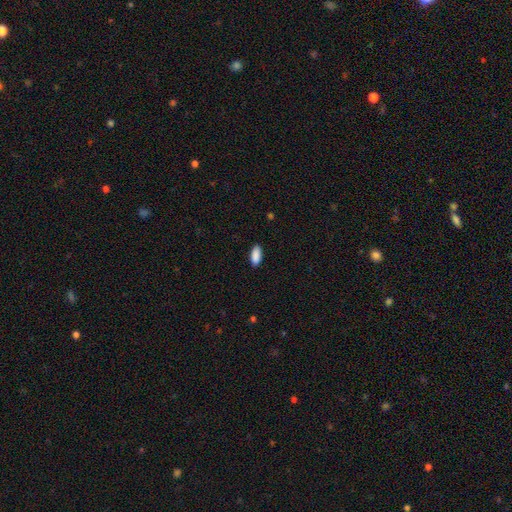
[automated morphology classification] This is clearly a smooth galaxy (91%). How rounded: clearly in between (86%). Merging: clearly none (89%).